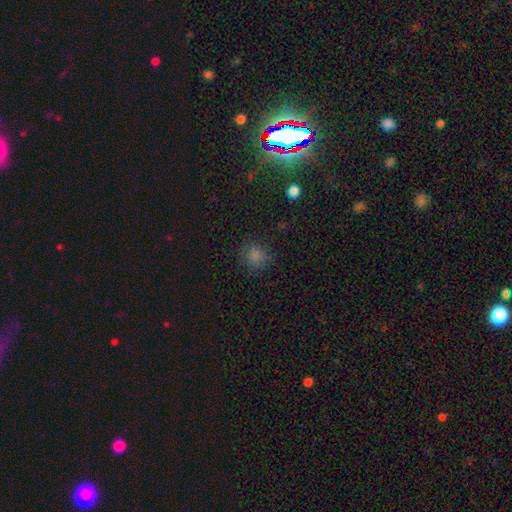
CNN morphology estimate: type=smooth (80%); roundness=round (89%); merging=none (85%).